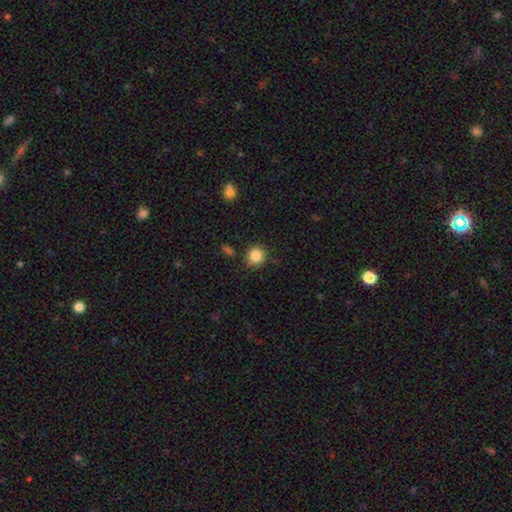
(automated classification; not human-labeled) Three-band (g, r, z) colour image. It shows a smooth galaxy with no disk features (86%) that is round (89%). Merging: none (85%).